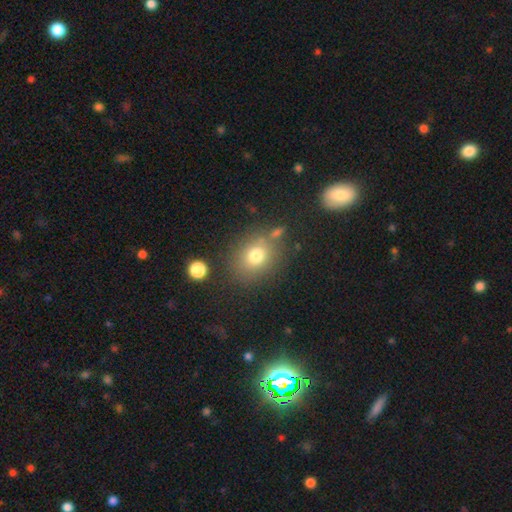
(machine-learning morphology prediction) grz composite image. It shows a smooth galaxy with no disk features (75%) that is round (60%). Merging: none (74%).